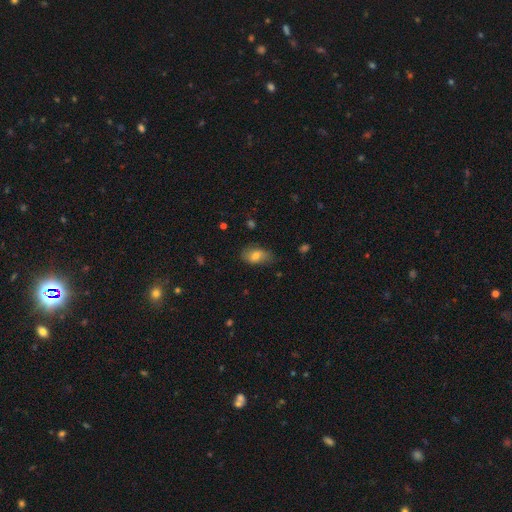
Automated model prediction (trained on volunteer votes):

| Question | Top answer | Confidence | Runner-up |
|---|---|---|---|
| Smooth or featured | smooth | 72% | featured or disk (20%) |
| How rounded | in between | 89% | round (9%) |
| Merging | none | 65% | minor disturbance (27%) |